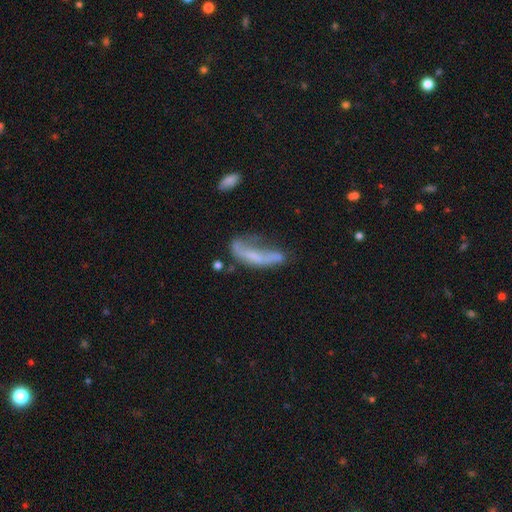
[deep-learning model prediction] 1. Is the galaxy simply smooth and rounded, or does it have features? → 45% featured or disk, 43% smooth, 12% star or artifact.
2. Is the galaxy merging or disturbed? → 38% major disturbance, 24% none, 21% minor disturbance, 17% merger.